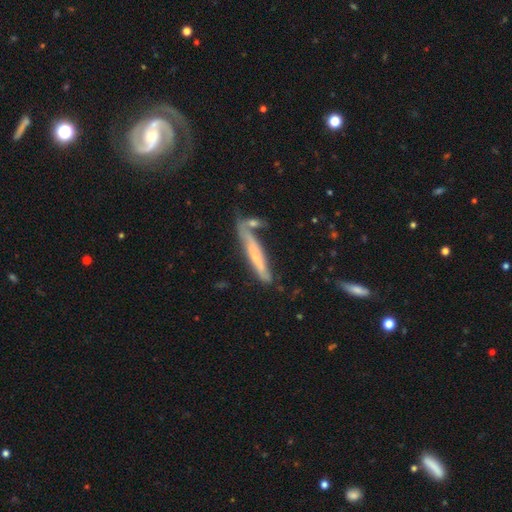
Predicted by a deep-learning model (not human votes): smooth 48%, featured or disk 45%, star or artifact 7%. Down the decision tree: merging — none (61%).